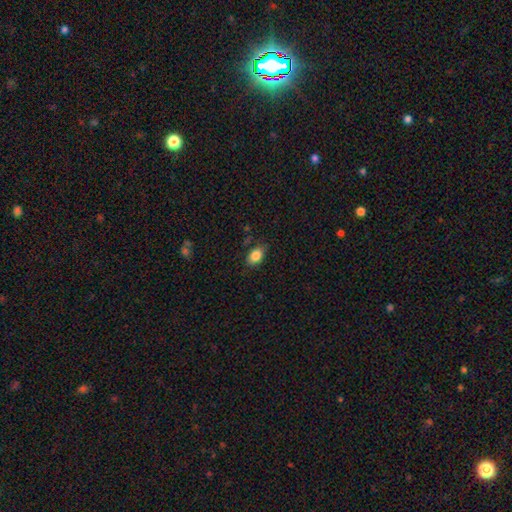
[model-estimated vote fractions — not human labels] Smooth or featured? Predicted: smooth (p=0.85). How rounded? Predicted: in between (p=0.84). Merging? Predicted: none (p=0.81).